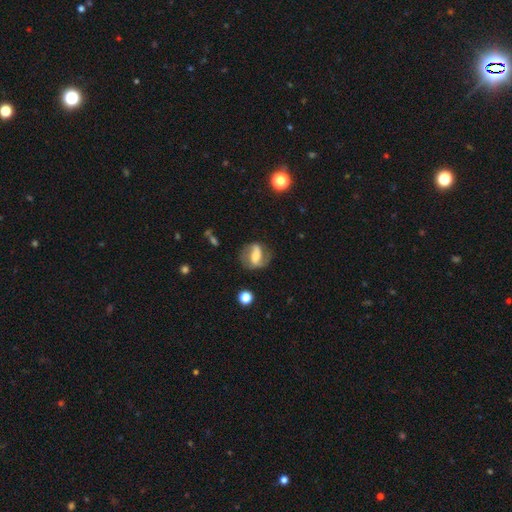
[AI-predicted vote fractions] featured or disk 68%, smooth 24%, star or artifact 8%. Down the decision tree: edge-on disk — no (94%); bar — strong (48%); spiral arms — yes (83%); spiral arm count — 2 (81%); spiral winding — loose (42%); bulge size — moderate (45%); merging — none (67%).